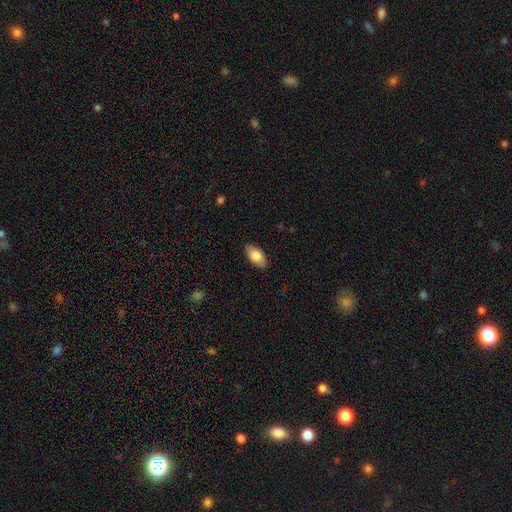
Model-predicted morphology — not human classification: This is clearly a smooth galaxy (81%). How rounded: clearly in between (94%). Merging: clearly none (88%).